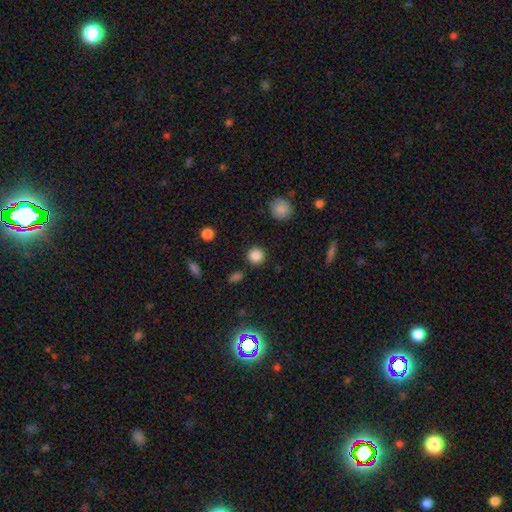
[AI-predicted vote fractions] A smooth galaxy with no disk features (85%) that is round (93%). Merging: none (89%).